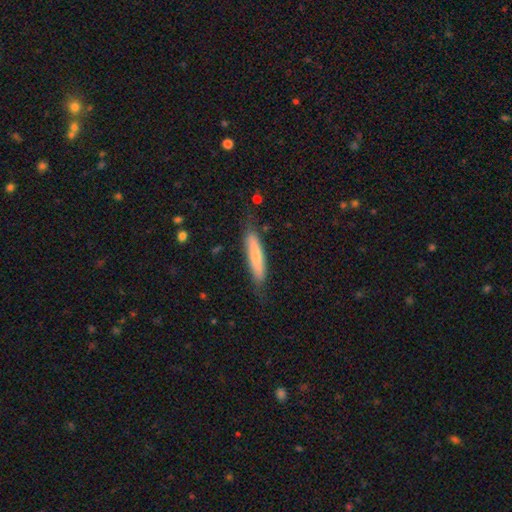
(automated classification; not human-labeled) smooth-or-featured: smooth: 68% | featured or disk: 26% | star or artifact: 6%
  how-rounded: cigar-shaped: 89% | in between: 10% | round: 1%
  merging: none: 76% | minor disturbance: 19% | major disturbance: 4% | merger: 2%